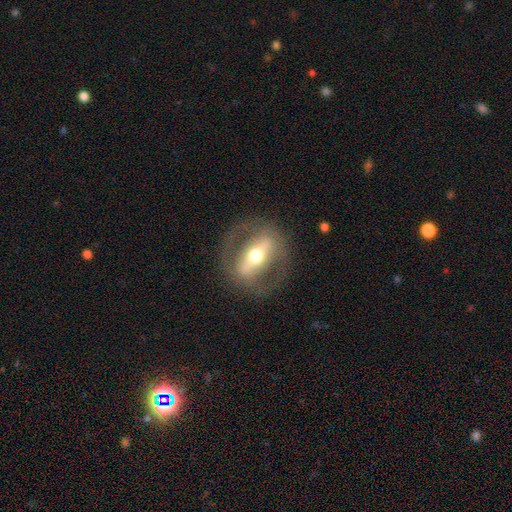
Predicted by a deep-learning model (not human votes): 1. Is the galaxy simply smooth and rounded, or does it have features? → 74% featured or disk, 20% smooth, 6% star or artifact.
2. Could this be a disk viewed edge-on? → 66% no, 34% yes.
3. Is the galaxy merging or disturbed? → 79% none, 10% minor disturbance, 9% major disturbance, 1% merger.